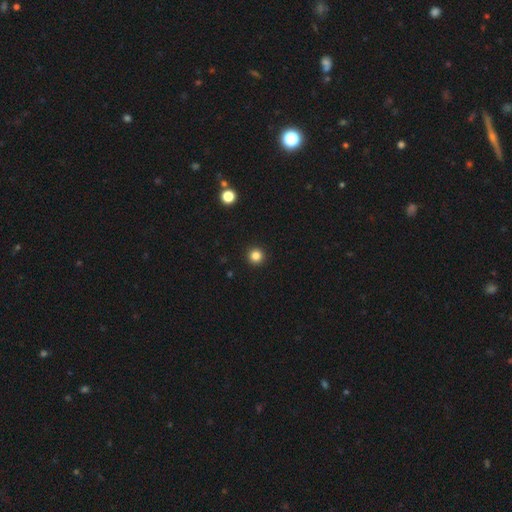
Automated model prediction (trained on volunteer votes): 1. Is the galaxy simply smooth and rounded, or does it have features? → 83% smooth, 12% star or artifact, 4% featured or disk.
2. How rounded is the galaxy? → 96% round, 3% in between, 1% cigar-shaped.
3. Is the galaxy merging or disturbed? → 94% none, 4% minor disturbance, 1% major disturbance, 1% merger.